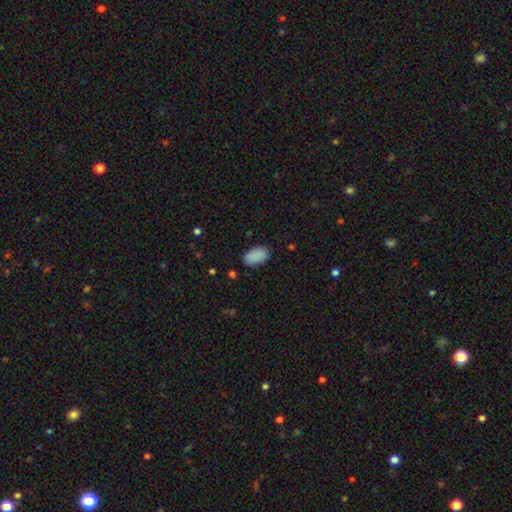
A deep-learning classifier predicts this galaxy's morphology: The model was most divided on "merging": none: 86%, minor disturbance: 10%, major disturbance: 2%, merger: 1%. More confident: how rounded — in between (94%); smooth or featured — smooth (90%).